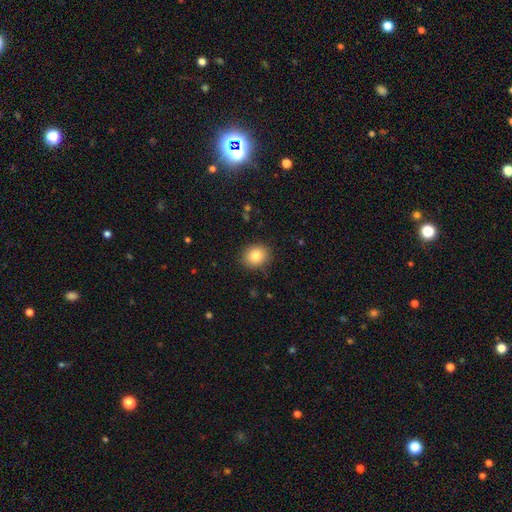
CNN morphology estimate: This appears to be a smooth galaxy with no disk features (83%) that is round (72%). Merging: none (88%).